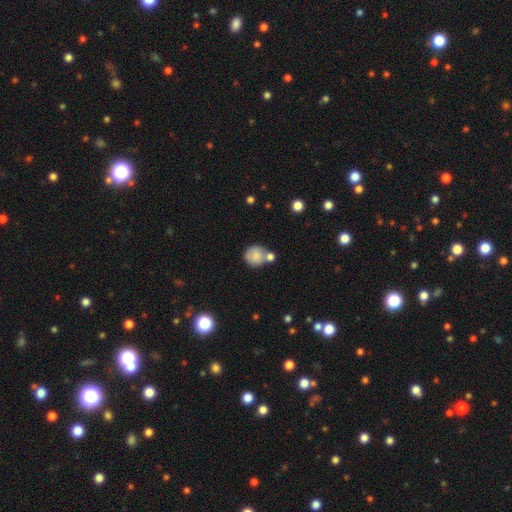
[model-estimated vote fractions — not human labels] smooth 80%, featured or disk 11%, star or artifact 9%. Down the decision tree: how rounded — round (87%); merging — none (52%).